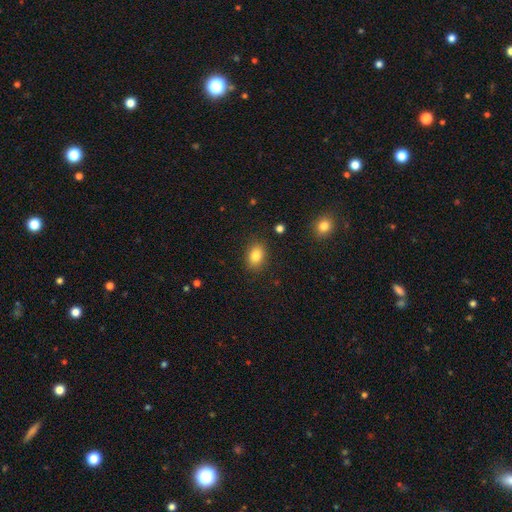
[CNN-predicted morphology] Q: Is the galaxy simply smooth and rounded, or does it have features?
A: smooth — 83%.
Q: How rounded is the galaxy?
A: in between — 73%.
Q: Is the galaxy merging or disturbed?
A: none — 86%.